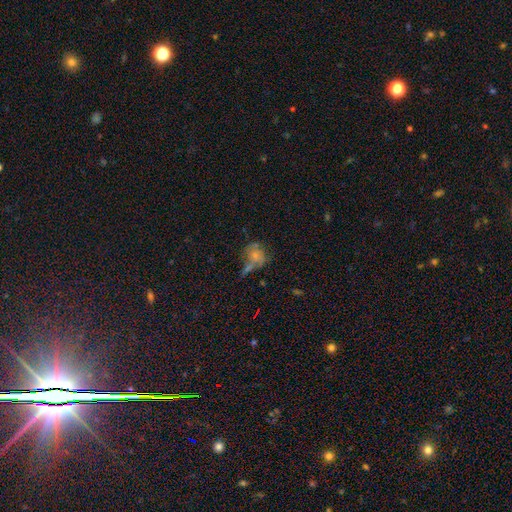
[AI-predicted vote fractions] This appears to be a smooth galaxy with no disk features (56%) that is round (58%). Merging: none (34%).